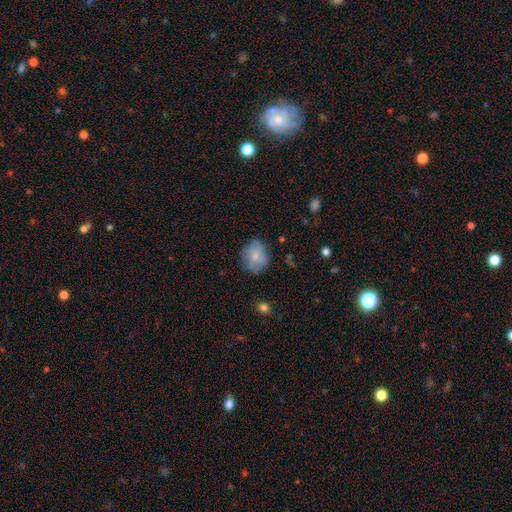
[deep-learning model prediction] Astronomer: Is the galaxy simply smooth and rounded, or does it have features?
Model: smooth — 67%.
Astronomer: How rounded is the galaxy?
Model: round — 62%.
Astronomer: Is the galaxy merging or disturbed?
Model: none — 70%.